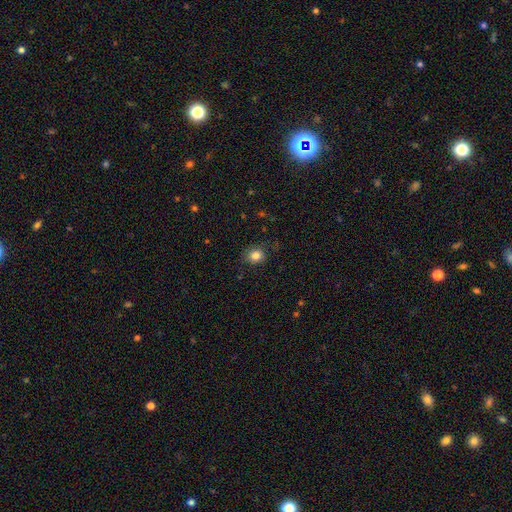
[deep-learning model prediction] This appears to be a smooth galaxy with no disk features (83%) that is round (72%). Merging: none (84%).